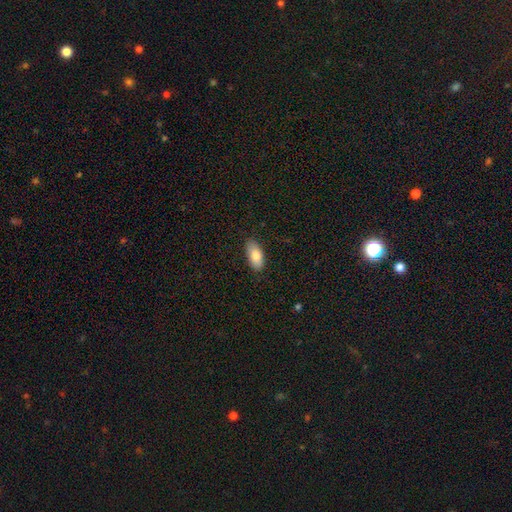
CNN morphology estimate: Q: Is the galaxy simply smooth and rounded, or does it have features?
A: smooth — 82%.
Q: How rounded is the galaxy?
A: in between — 91%.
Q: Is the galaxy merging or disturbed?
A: none — 86%.